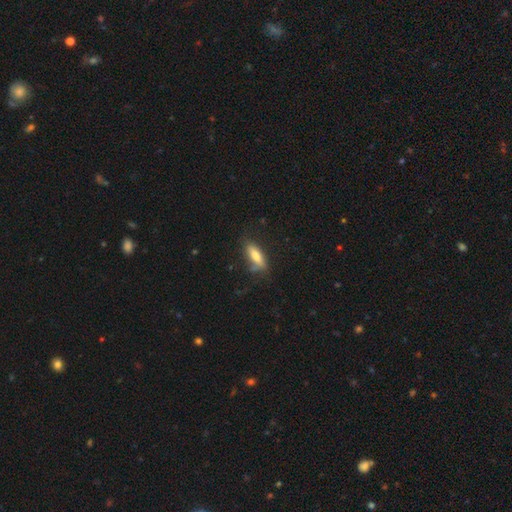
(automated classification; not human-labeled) A smooth galaxy with no disk features (70%) that is in between round and cigar-shaped (55%). Merging: none (63%).